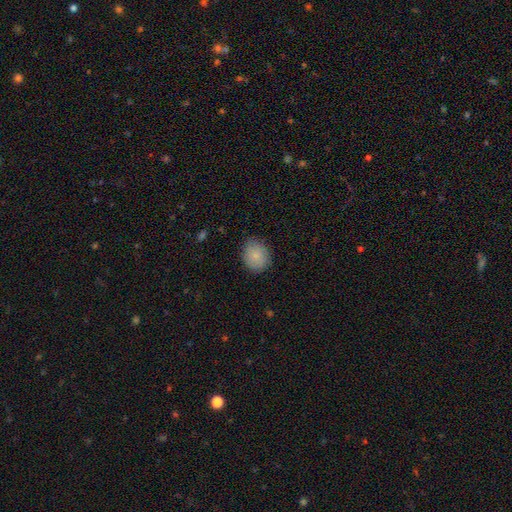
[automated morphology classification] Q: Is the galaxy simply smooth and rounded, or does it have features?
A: smooth — 85%.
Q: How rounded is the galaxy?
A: round — 54%.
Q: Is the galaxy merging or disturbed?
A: none — 82%.